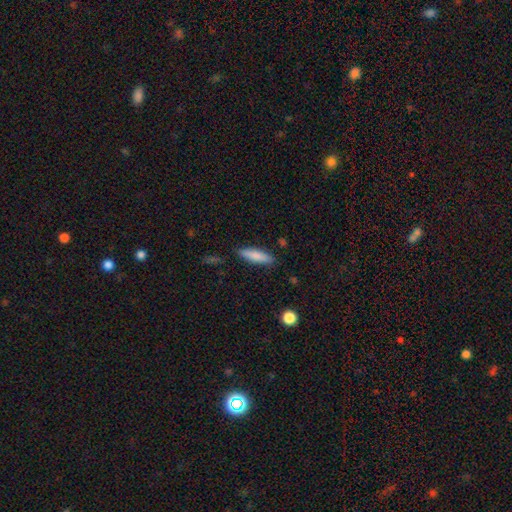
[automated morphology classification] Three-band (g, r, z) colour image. It shows a smooth galaxy with no disk features (81%) that is cigar-shaped (67%). Merging: none (86%).